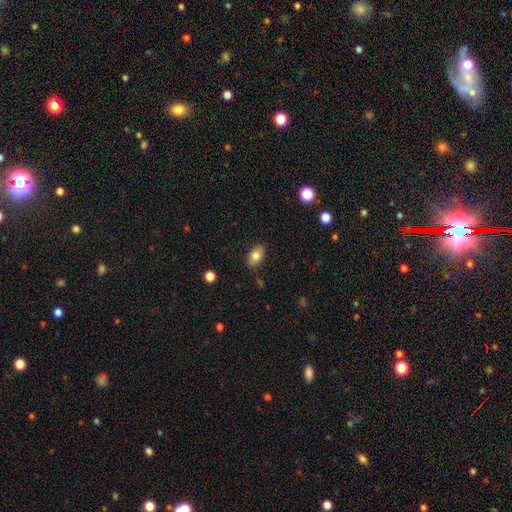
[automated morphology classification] A smooth galaxy with no disk features (80%) that is in between round and cigar-shaped (89%). Merging: none (84%).